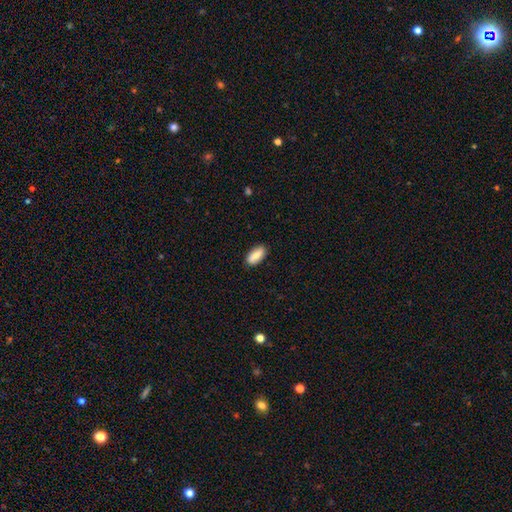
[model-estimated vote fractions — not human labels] The model was most divided on "smooth or featured": smooth: 77%, featured or disk: 17%, star or artifact: 6%. More confident: merging — none (87%); how rounded — in between (87%).